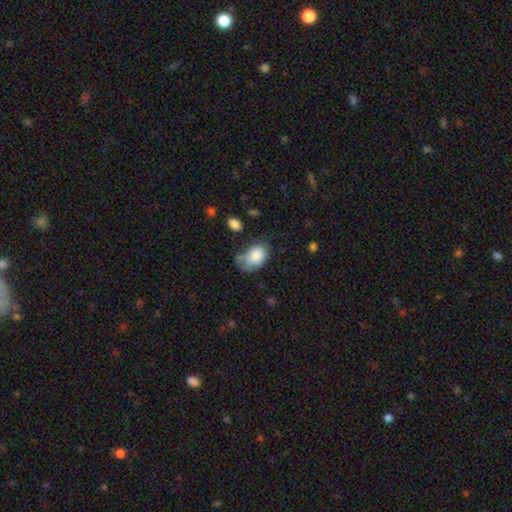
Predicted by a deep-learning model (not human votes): Smooth or featured: smooth — 84% (featured or disk — 8%)
How rounded: in between — 84% (round — 15%)
Merging: none — 43% (minor disturbance — 33%)